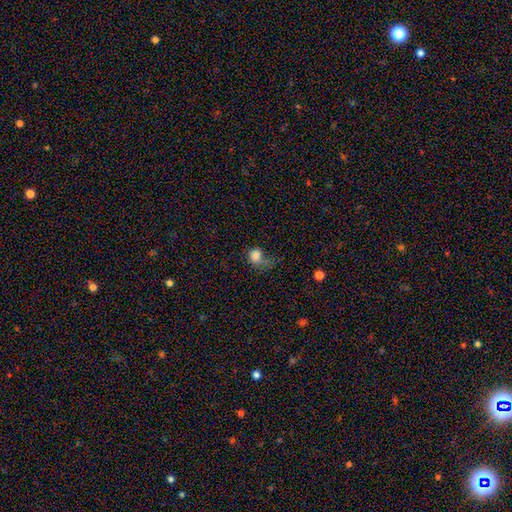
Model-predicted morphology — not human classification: The model was most divided on "how rounded": round: 54%, in between: 44%, cigar-shaped: 1%. Remaining: smooth or featured — smooth (72%); merging — major disturbance (49%).